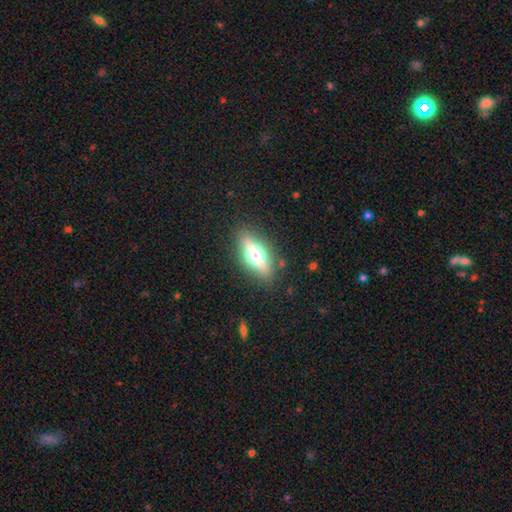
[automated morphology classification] Smooth or featured?
  - featured or disk: 61% *
  - smooth: 31%
  - star or artifact: 8%
Edge-on disk?
  - yes: 89% *
  - no: 11%
Edge-on bulge?
  - rounded: 94% *
  - boxy: 4%
  - none: 2%
Merging?
  - none: 86% *
  - minor disturbance: 9%
  - major disturbance: 3%
  - merger: 2%